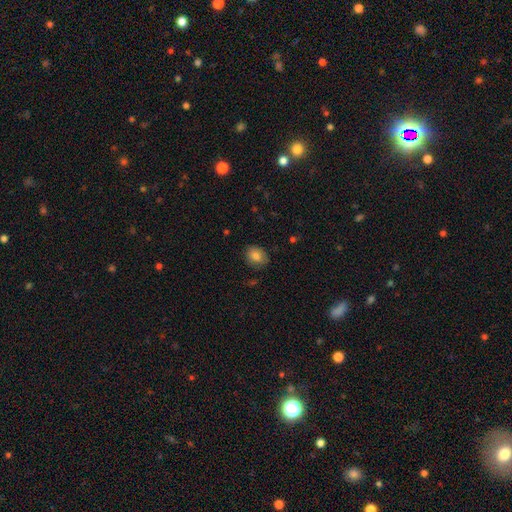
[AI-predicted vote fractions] Overall: smooth (83%). How rounded: round (52%; in between 47%). Merging: none (80%).